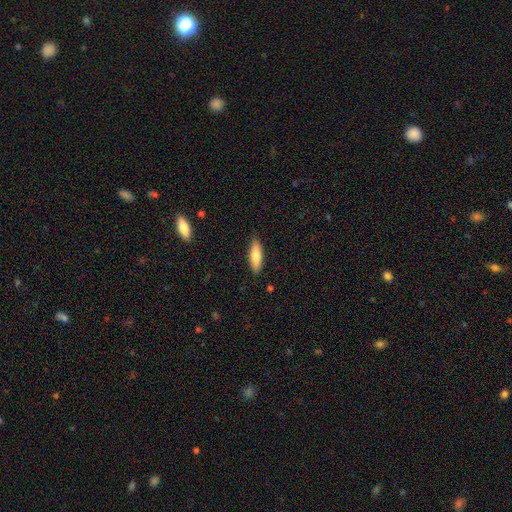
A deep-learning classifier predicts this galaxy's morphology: Q: Smooth or featured?
A: smooth (79%); runner-up: featured or disk (16%)
Q: How rounded?
A: cigar-shaped (53%); runner-up: in between (45%)
Q: Merging?
A: none (87%); runner-up: minor disturbance (10%)